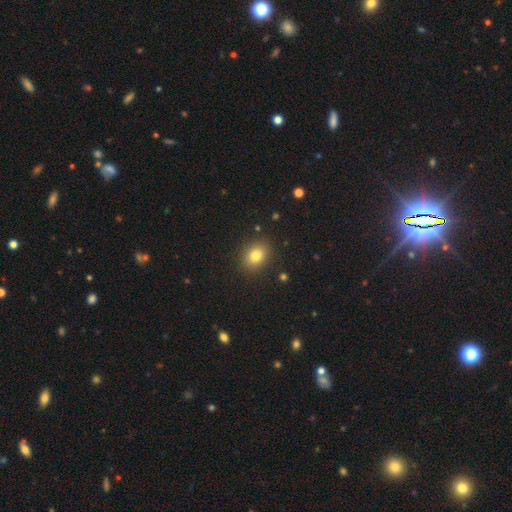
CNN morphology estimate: A smooth galaxy with no disk features (81%) that is in between round and cigar-shaped (51%). Merging: none (87%).